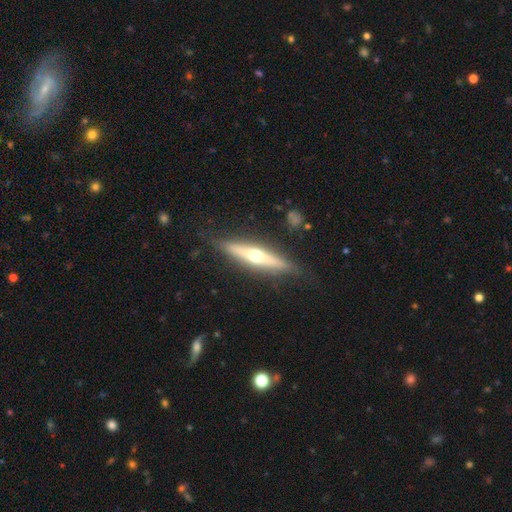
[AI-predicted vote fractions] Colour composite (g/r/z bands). It shows a featured or disk galaxy (60%) viewed edge-on (90%) with a rounded central bulge (90%). Merging: none (84%).